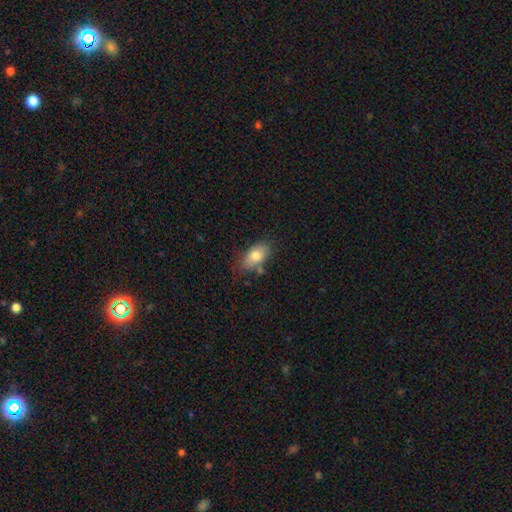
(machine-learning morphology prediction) smooth 78%, featured or disk 14%, star or artifact 7%. Down the decision tree: how rounded — in between (90%); merging — none (64%).